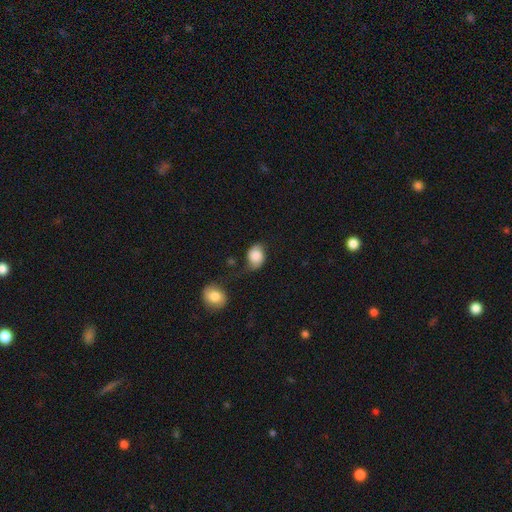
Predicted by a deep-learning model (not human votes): A smooth galaxy with no disk features (75%) that is in between round and cigar-shaped (59%).

Vote fractions:
- Smooth or featured? smooth: 75% / featured or disk: 17% / star or artifact: 8%
- How rounded? in between: 59% / round: 39% / cigar-shaped: 1%
- Merging? none: 46% / minor disturbance: 29% / major disturbance: 14% / merger: 11%